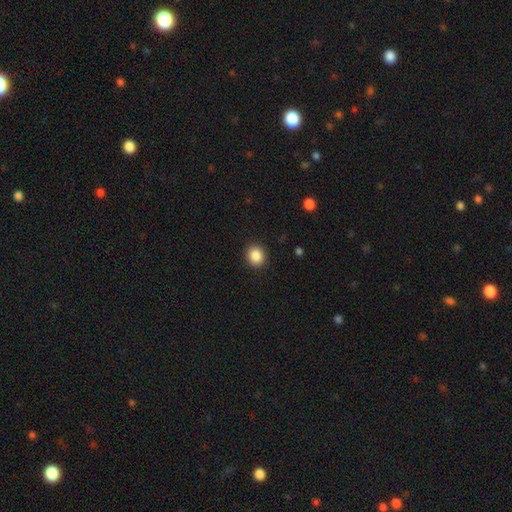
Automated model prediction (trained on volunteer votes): This appears to be a smooth galaxy with no disk features (87%) that is round (76%). Merging: none (91%).